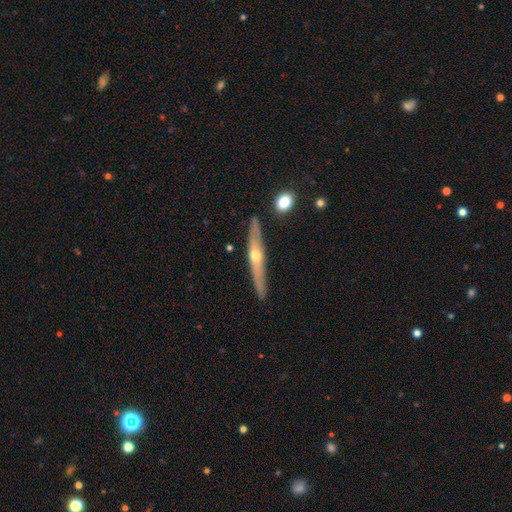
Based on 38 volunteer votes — Overall: featured or disk (63%; smooth 32%). Edge-on disk: yes (92%). Edge-on bulge: rounded (73%). Merging: none (92%).